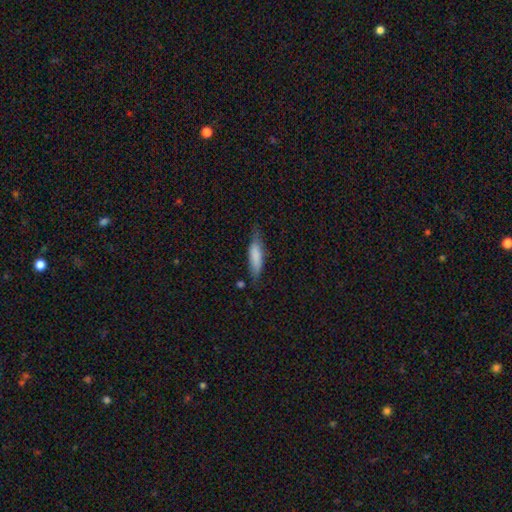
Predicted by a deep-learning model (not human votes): Smooth or featured: smooth — 77% (featured or disk — 16%)
How rounded: cigar-shaped — 59% (in between — 40%)
Merging: none — 65% (minor disturbance — 26%)